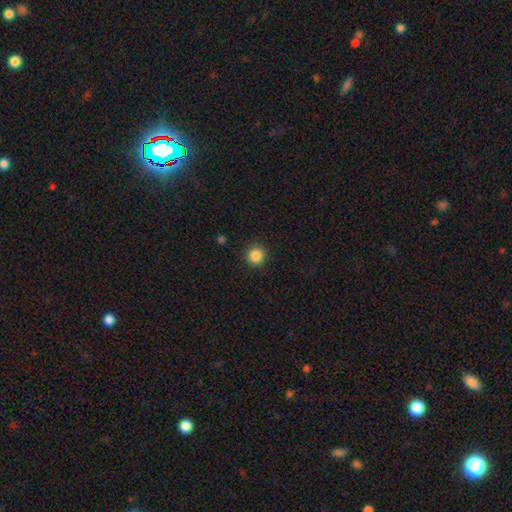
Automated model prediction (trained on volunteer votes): This is clearly a smooth galaxy (86%). How rounded: clearly round (89%). Merging: clearly none (90%).